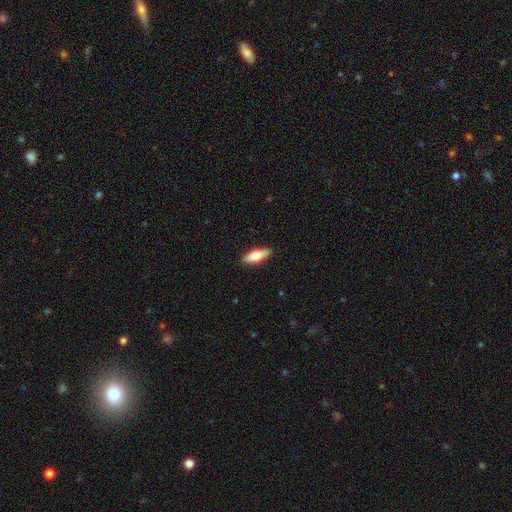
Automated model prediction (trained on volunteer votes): A smooth galaxy with no disk features (54%) that is in between round and cigar-shaped (53%).

Vote fractions:
- Smooth or featured? smooth: 54% / featured or disk: 40% / star or artifact: 6%
- How rounded? in between: 53% / cigar-shaped: 44% / round: 3%
- Merging? none: 89% / minor disturbance: 8% / major disturbance: 2% / merger: 1%